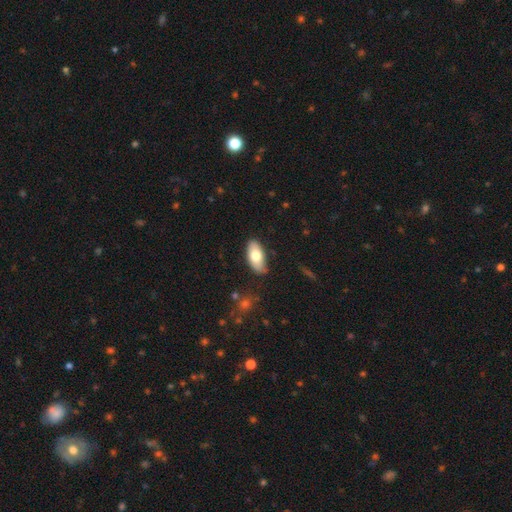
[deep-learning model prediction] Morphology: type=smooth (74%); roundness=in between (91%); merging=none (82%).